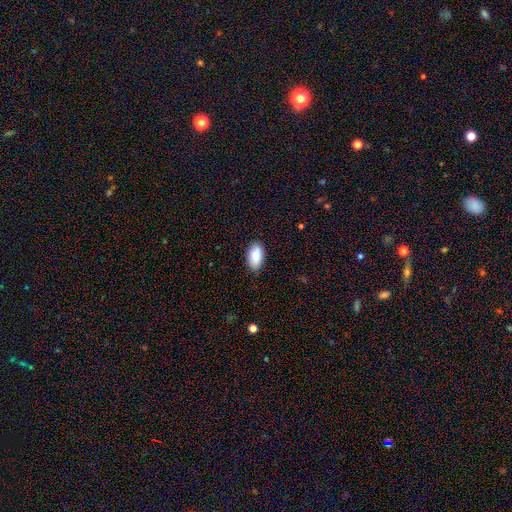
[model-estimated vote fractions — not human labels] Morphology: type=smooth (89%); roundness=in between (94%); merging=none (83%).